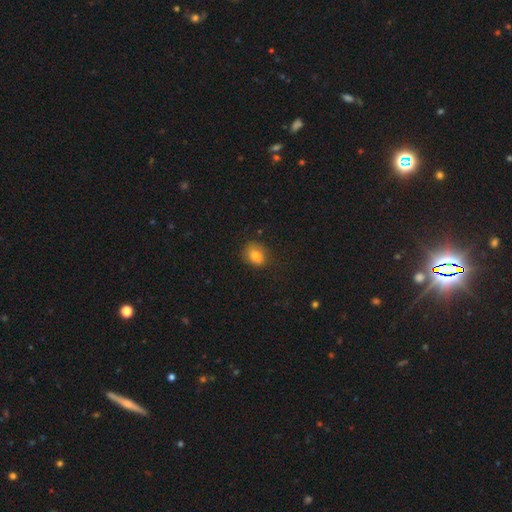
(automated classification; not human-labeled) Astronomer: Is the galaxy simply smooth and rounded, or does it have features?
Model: smooth — 78%.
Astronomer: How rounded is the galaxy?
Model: in between — 50% (runner-up: round, 49%).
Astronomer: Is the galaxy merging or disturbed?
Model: none — 74%.